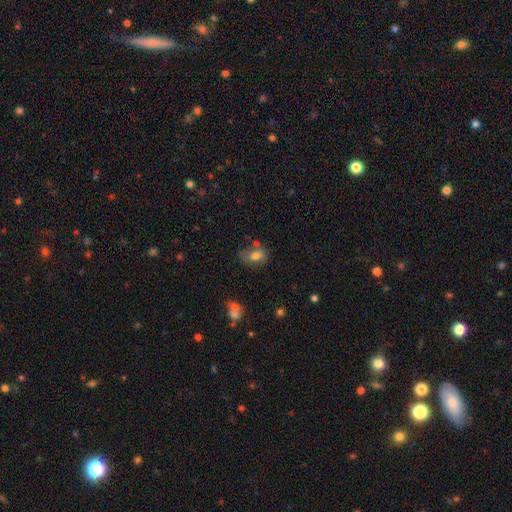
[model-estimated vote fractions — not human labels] smooth_or_featured: smooth (p=0.70) [alt: featured or disk p=0.20]
how_rounded: in between (p=0.76) [alt: round p=0.23]
merging: none (p=0.54) [alt: minor disturbance p=0.23]